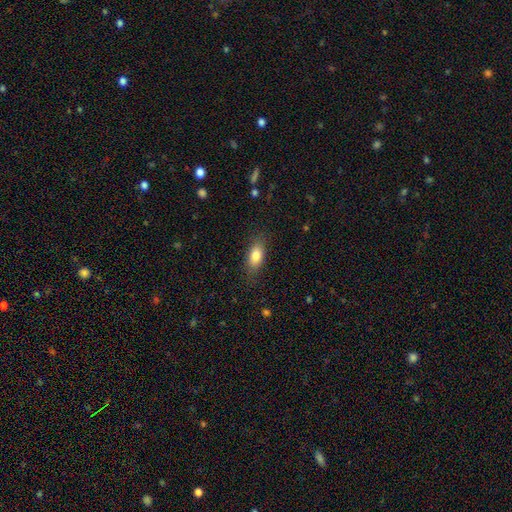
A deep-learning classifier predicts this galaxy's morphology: type=smooth (82%); roundness=in between (83%); merging=none (82%).